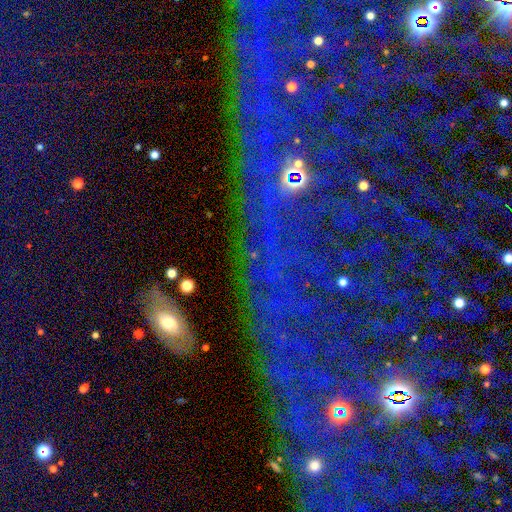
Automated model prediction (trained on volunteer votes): A star or artifact, not a galaxy (76%).

Vote fractions:
- Smooth or featured? star or artifact: 76% / featured or disk: 12% / smooth: 12%